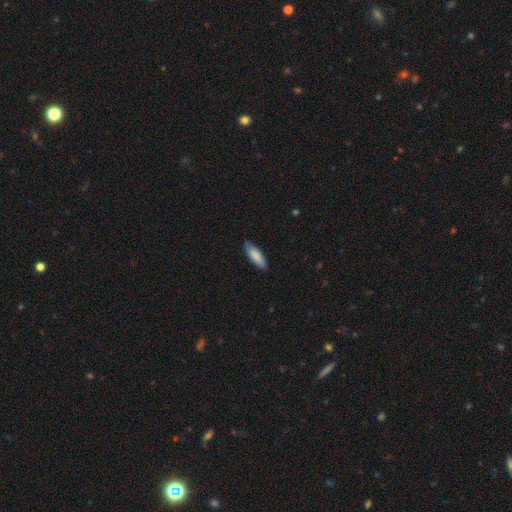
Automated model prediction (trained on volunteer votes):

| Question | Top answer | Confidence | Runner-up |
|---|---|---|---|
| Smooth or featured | smooth | 83% | featured or disk (12%) |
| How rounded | in between | 61% | cigar-shaped (38%) |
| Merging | none | 83% | minor disturbance (14%) |